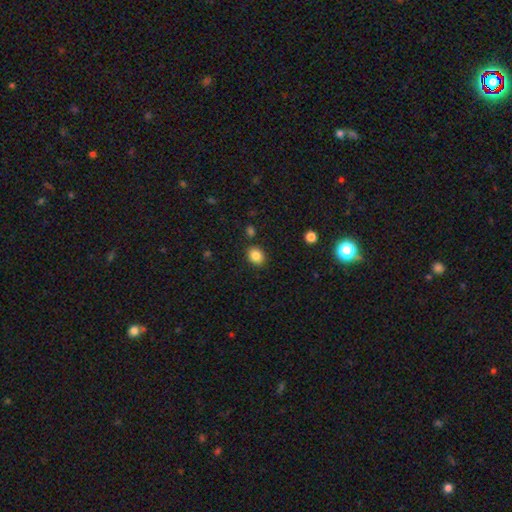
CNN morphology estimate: Smooth or featured?
  - smooth: 85% *
  - star or artifact: 10%
  - featured or disk: 5%
How rounded?
  - round: 54% *
  - in between: 45%
  - cigar-shaped: 1%
Merging?
  - none: 86% *
  - minor disturbance: 8%
  - merger: 3%
  - major disturbance: 2%